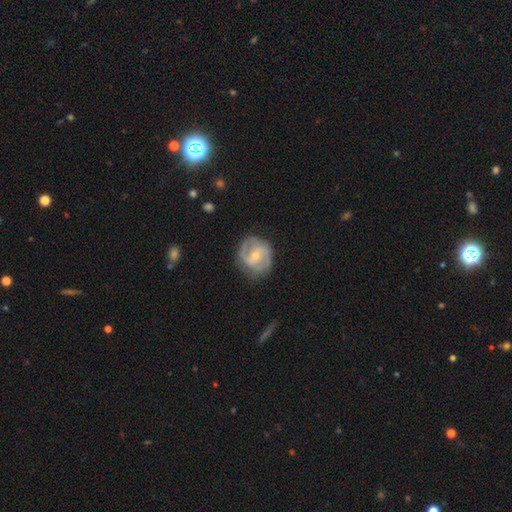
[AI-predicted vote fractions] Morphology: type=featured or disk (77%); edge-on=no (98%); bar=no (45%); spiral arms=yes (90%); winding=medium (47%); arm count=2 (68%); bulge=small (57%); merging=none (70%).